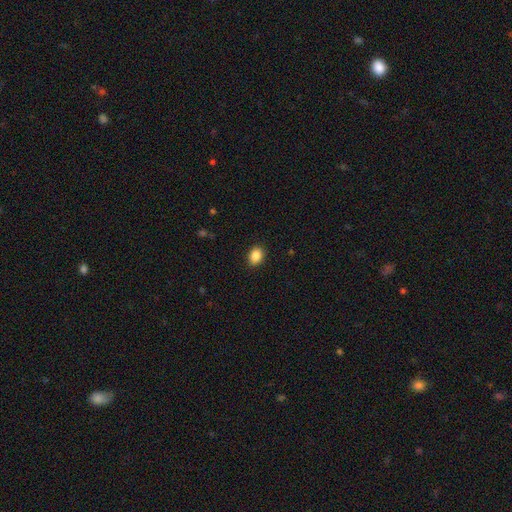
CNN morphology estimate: Smooth or featured? Predicted: smooth (p=0.88). How rounded? Predicted: in between (p=0.62). Merging? Predicted: none (p=0.90).